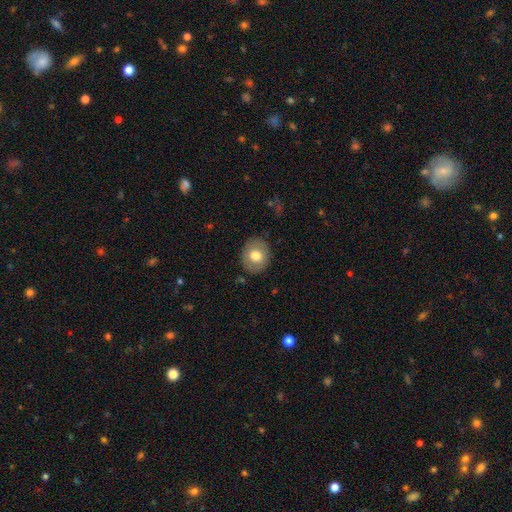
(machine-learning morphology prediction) type=smooth (69%); roundness=round (67%); merging=none (86%).